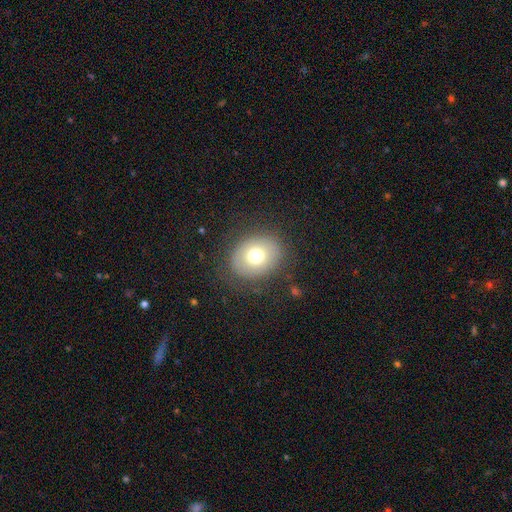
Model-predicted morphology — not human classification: type=smooth (70%); roundness=round (51%); merging=none (81%).